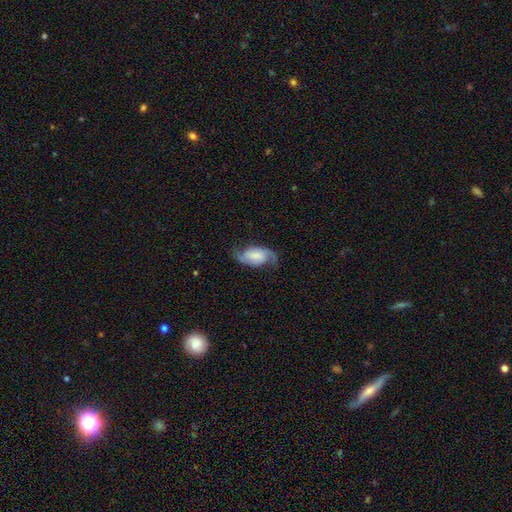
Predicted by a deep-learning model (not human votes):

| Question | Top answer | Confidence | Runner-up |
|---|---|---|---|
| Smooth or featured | featured or disk | 75% | smooth (18%) |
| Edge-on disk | no | 96% | yes (4%) |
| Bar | weak | 42% | no (41%) |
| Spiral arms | yes | 95% | no (5%) |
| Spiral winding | medium | 44% | loose (40%) |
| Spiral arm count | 2 | 92% | can't tell (3%) |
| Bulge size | none | 37% | small (23%) |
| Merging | none | 72% | minor disturbance (19%) |